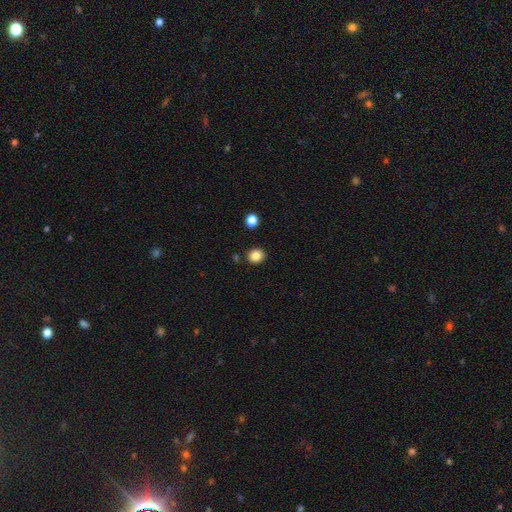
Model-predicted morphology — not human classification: Smooth or featured?
  - smooth: 85% *
  - star or artifact: 10%
  - featured or disk: 4%
How rounded?
  - round: 71% *
  - in between: 29%
  - cigar-shaped: 1%
Merging?
  - none: 87% *
  - minor disturbance: 8%
  - merger: 3%
  - major disturbance: 2%